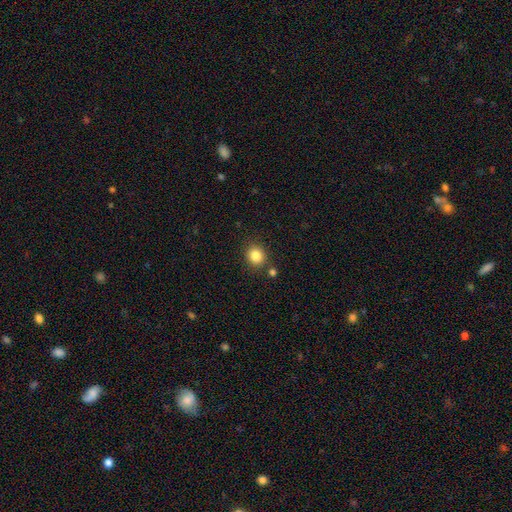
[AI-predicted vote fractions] This appears to be a smooth galaxy with no disk features (84%) that is round (80%). Merging: none (83%).